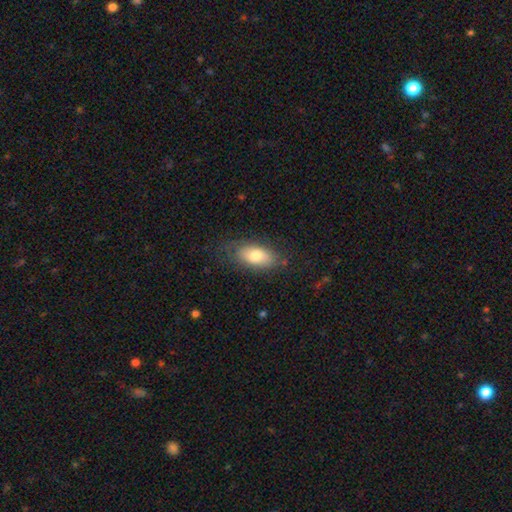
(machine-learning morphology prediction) Smooth or featured: smooth — 75% (featured or disk — 18%)
How rounded: in between — 89% (cigar-shaped — 7%)
Merging: none — 73% (minor disturbance — 19%)